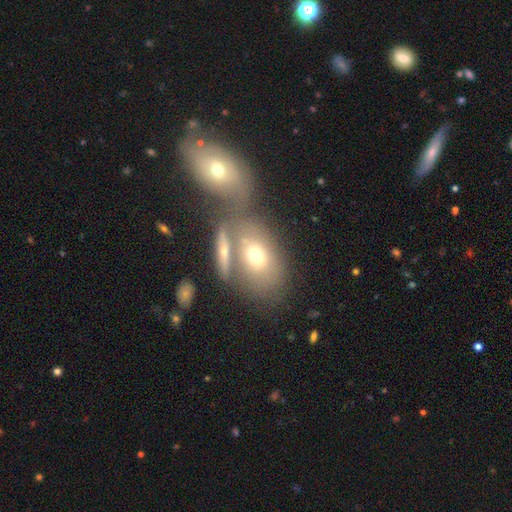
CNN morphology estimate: Smooth or featured? smooth (62%)
How rounded? in between (75%)
Merging? merger (44%)